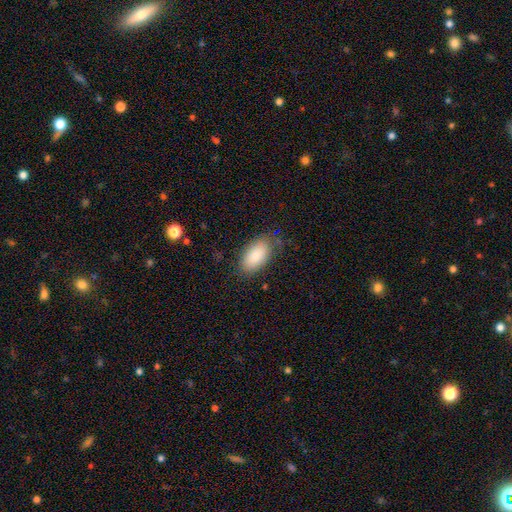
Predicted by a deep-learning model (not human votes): Smooth or featured: smooth — 86% (featured or disk — 8%)
How rounded: in between — 94% (round — 3%)
Merging: none — 75% (minor disturbance — 18%)